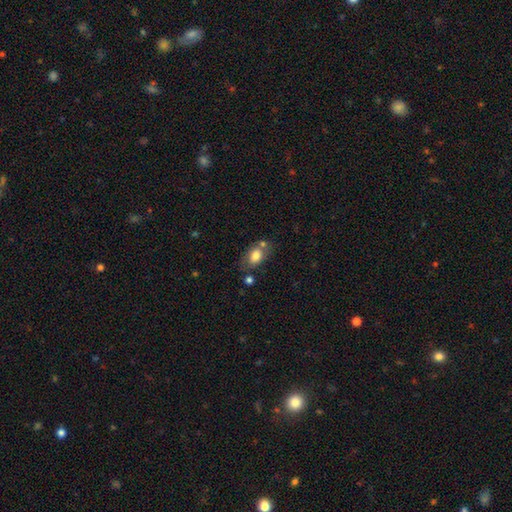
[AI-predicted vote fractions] smooth-or-featured: smooth: 76% | featured or disk: 16% | star or artifact: 8%
  how-rounded: in between: 82% | round: 15% | cigar-shaped: 2%
  merging: none: 54% | merger: 20% | minor disturbance: 19% | major disturbance: 7%